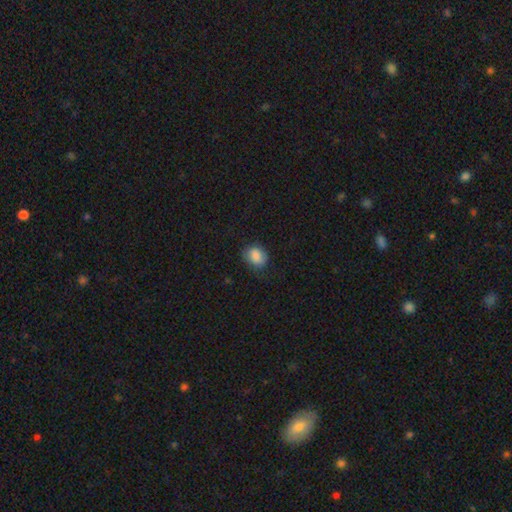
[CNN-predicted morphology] Overall: smooth (86%). How rounded: in between (54%; round 45%). Merging: none (71%).